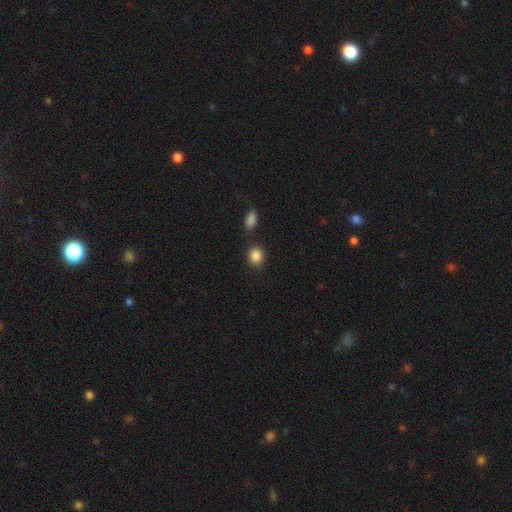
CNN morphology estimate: smooth-or-featured: smooth: 88% | star or artifact: 9% | featured or disk: 4%
  how-rounded: round: 66% | in between: 33% | cigar-shaped: 1%
  merging: none: 78% | minor disturbance: 10% | merger: 8% | major disturbance: 3%